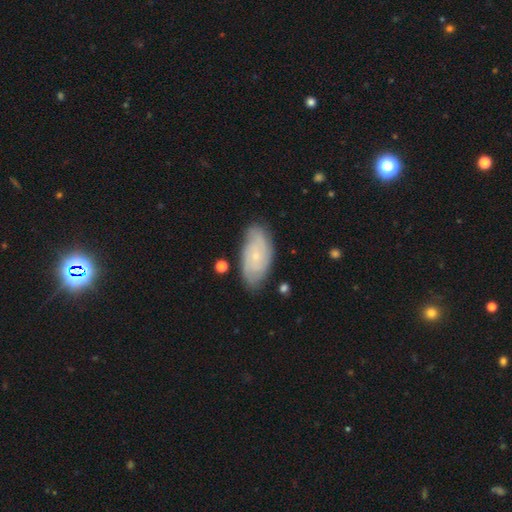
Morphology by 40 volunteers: featured or disk 75%, smooth 15%, star or artifact 10%. Down the decision tree: edge-on disk — no (93%); bar — no (71%); spiral arms — yes (100%); spiral arm count — 3 (57%); spiral winding — medium (57%); bulge size — small (89%); merging — none (86%).